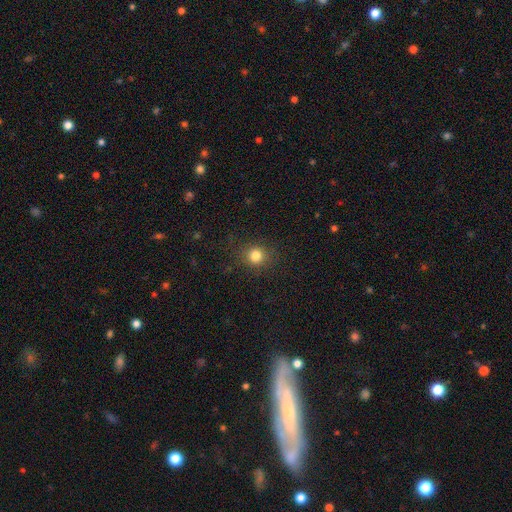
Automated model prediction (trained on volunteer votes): smooth_or_featured: smooth (p=0.81) [alt: star or artifact p=0.13]
how_rounded: round (p=0.85) [alt: in between p=0.14]
merging: none (p=0.87) [alt: minor disturbance p=0.09]